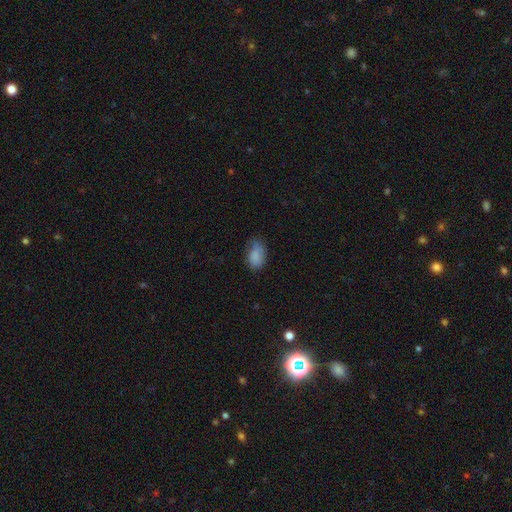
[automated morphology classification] type=smooth (83%); roundness=in between (88%); merging=none (55%).